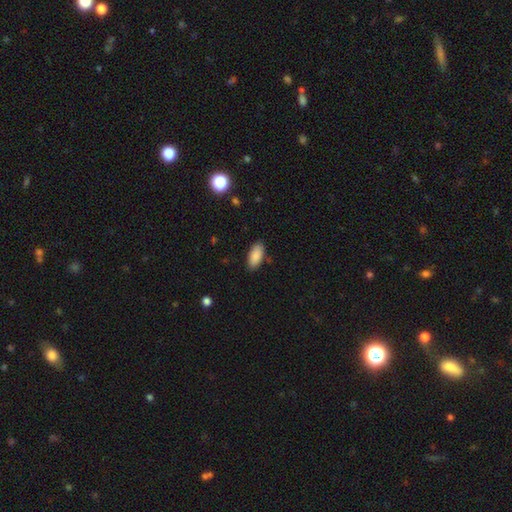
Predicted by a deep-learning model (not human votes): A smooth galaxy with no disk features (89%) that is in between round and cigar-shaped (89%).

Vote fractions:
- Smooth or featured? smooth: 89% / star or artifact: 7% / featured or disk: 5%
- How rounded? in between: 89% / cigar-shaped: 9% / round: 2%
- Merging? none: 86% / minor disturbance: 10% / major disturbance: 2% / merger: 1%